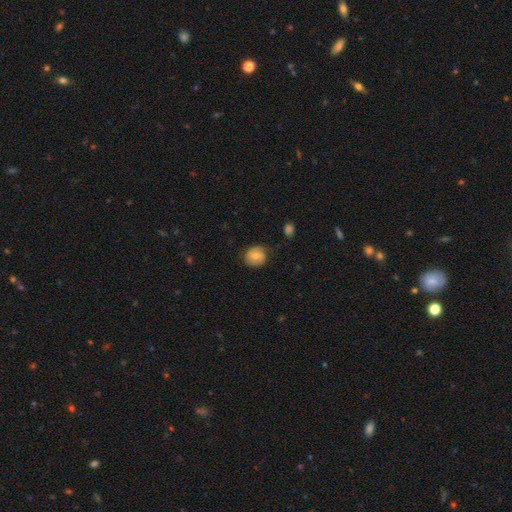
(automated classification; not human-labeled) This appears to be a smooth galaxy with no disk features (59%) that is round (67%). Merging: none (65%).